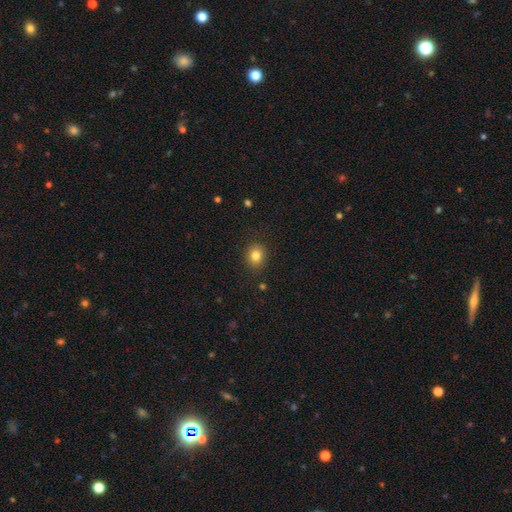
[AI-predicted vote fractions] A smooth galaxy with no disk features (82%) that is round (70%). Merging: none (89%).